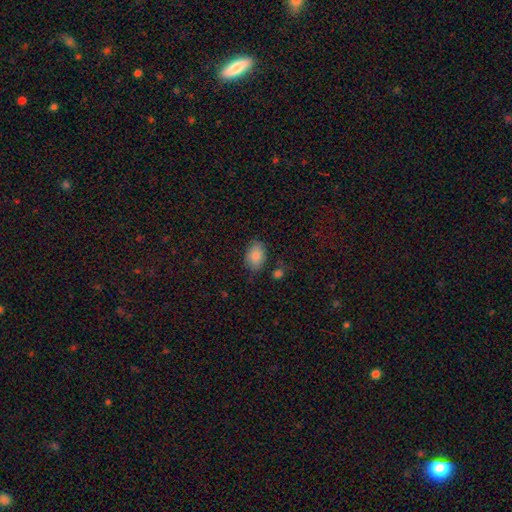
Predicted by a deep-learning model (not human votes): This appears to be a smooth galaxy with no disk features (86%) that is in between round and cigar-shaped (84%). Merging: none (75%).